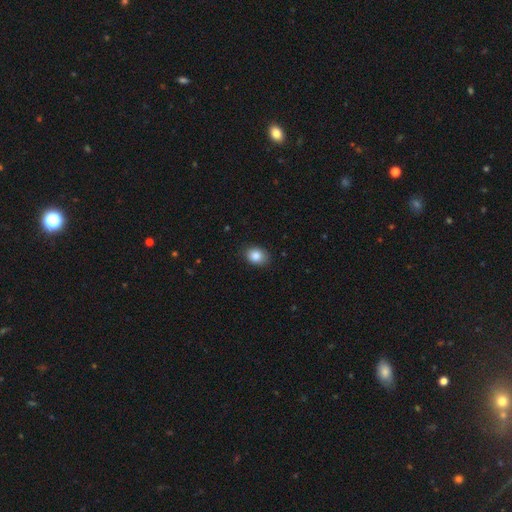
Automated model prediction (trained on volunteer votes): Q: Smooth or featured?
A: smooth (87%); runner-up: star or artifact (8%)
Q: How rounded?
A: in between (64%); runner-up: round (35%)
Q: Merging?
A: none (84%); runner-up: minor disturbance (13%)